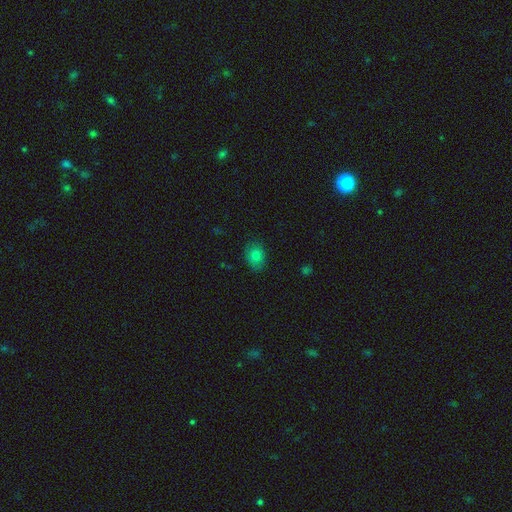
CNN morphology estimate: Smooth or featured? smooth (79%)
How rounded? in between (65%)
Merging? none (81%)